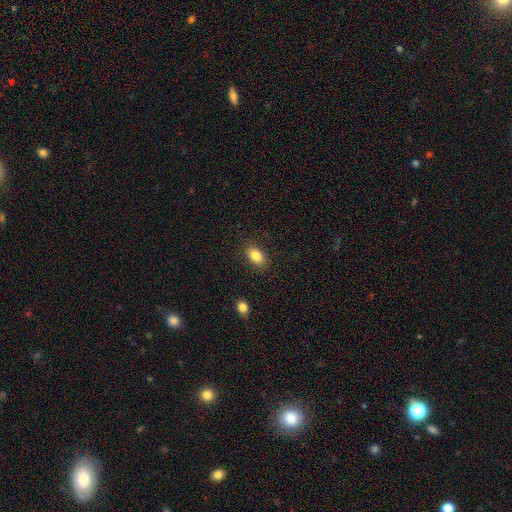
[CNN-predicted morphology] Smooth or featured? Predicted: smooth (p=0.85). How rounded? Predicted: in between (p=0.86). Merging? Predicted: none (p=0.86).